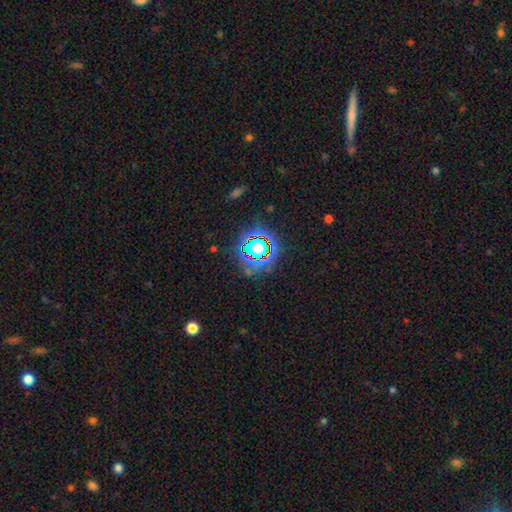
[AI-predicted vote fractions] Overall: star or artifact (78%).